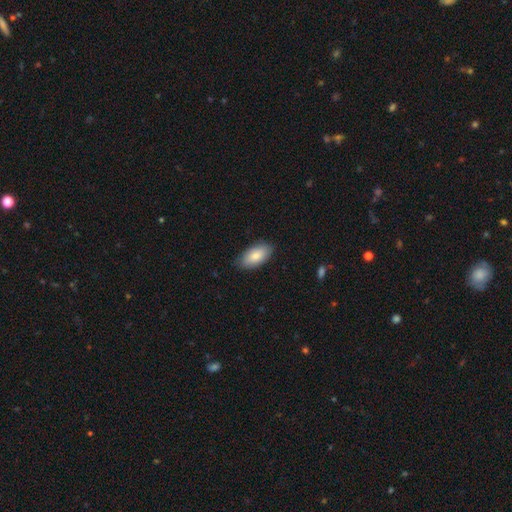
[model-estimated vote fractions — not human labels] This is clearly a smooth galaxy (82%). How rounded: clearly in between (92%). Merging: clearly none (85%).